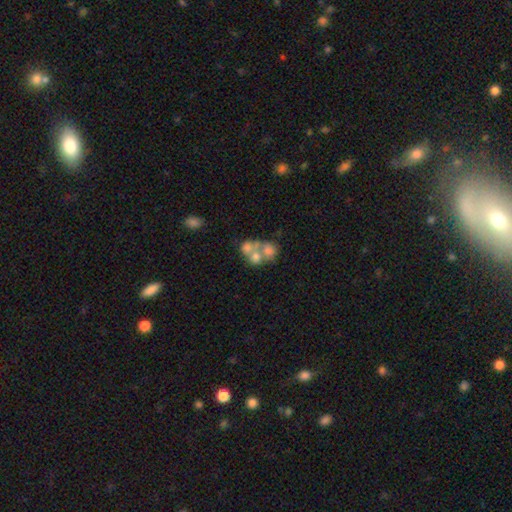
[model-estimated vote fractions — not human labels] Smooth or featured? smooth (50%)
Merging? merger (66%)